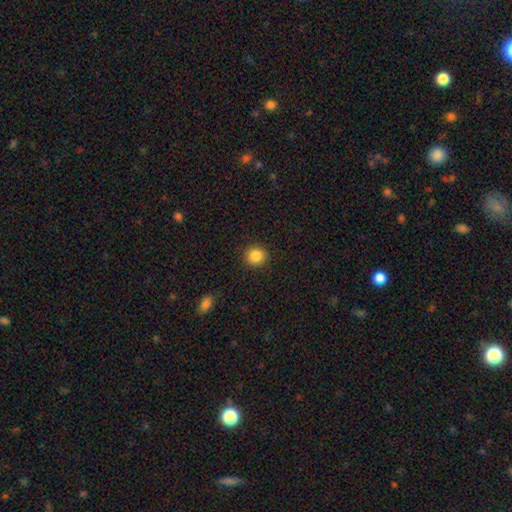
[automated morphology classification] This appears to be a smooth galaxy with no disk features (86%) that is round (89%). Merging: none (91%).